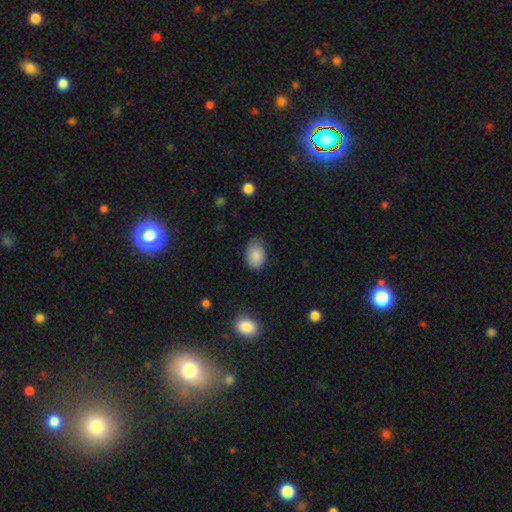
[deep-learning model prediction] Morphology: type=smooth (87%); roundness=in between (85%); merging=none (68%).